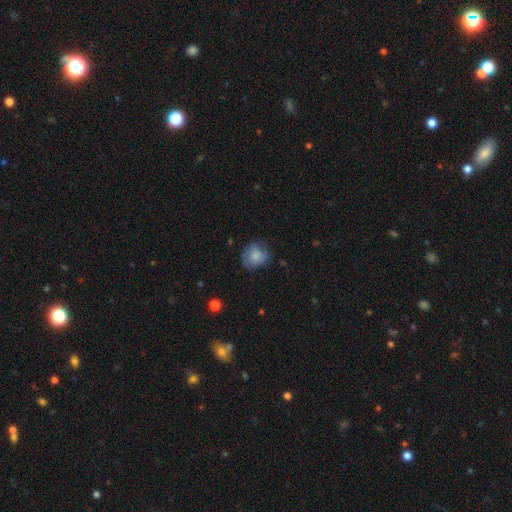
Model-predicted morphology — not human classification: A smooth galaxy with no disk features (75%) that is round (74%).

Vote fractions:
- Smooth or featured? smooth: 75% / featured or disk: 17% / star or artifact: 8%
- How rounded? round: 74% / in between: 25% / cigar-shaped: 1%
- Merging? none: 63% / minor disturbance: 26% / major disturbance: 9% / merger: 1%